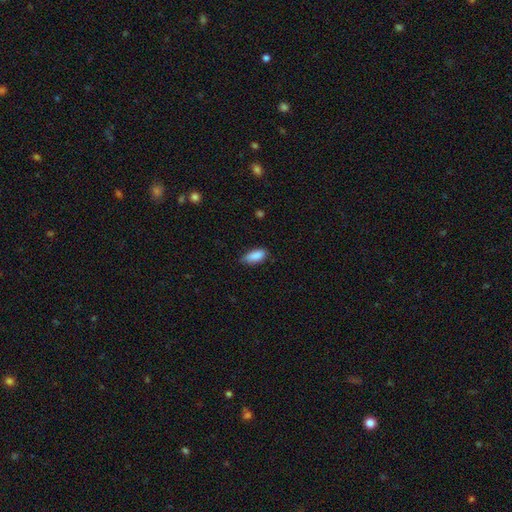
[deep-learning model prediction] smooth-or-featured: smooth: 88% | star or artifact: 7% | featured or disk: 5%
  how-rounded: in between: 83% | cigar-shaped: 15% | round: 2%
  merging: none: 73% | minor disturbance: 23% | major disturbance: 3% | merger: 1%